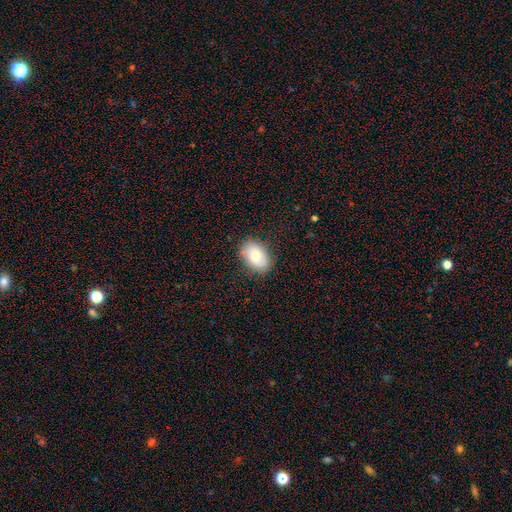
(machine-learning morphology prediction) This is likely a smooth galaxy (75%). How rounded: clearly in between (85%). Merging: clearly none (83%).